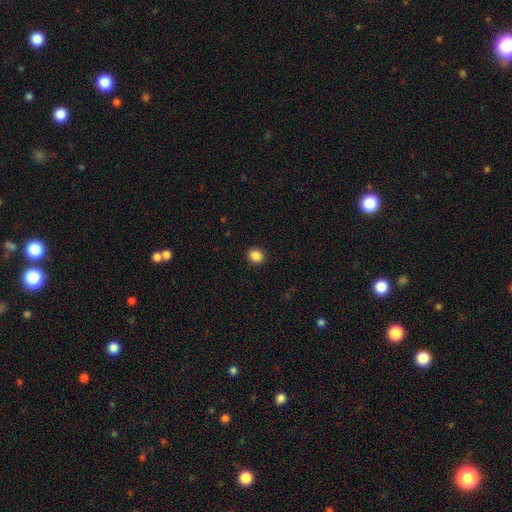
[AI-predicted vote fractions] The model was most divided on "how rounded": round: 78%, in between: 21%, cigar-shaped: 1%. More confident: merging — none (92%); smooth or featured — smooth (87%).